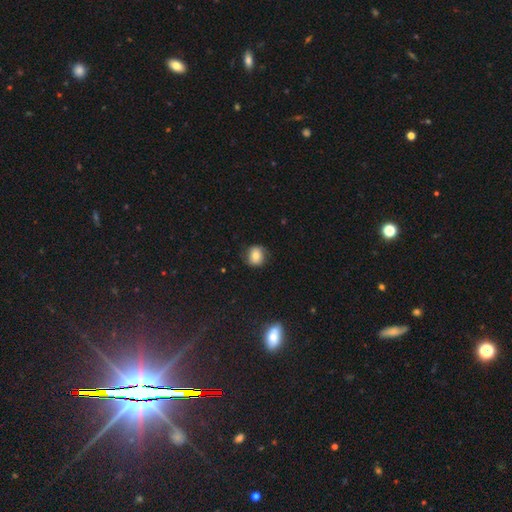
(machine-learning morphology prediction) Overall: smooth (64%; featured or disk 25%). How rounded: round (75%). Merging: none (74%).